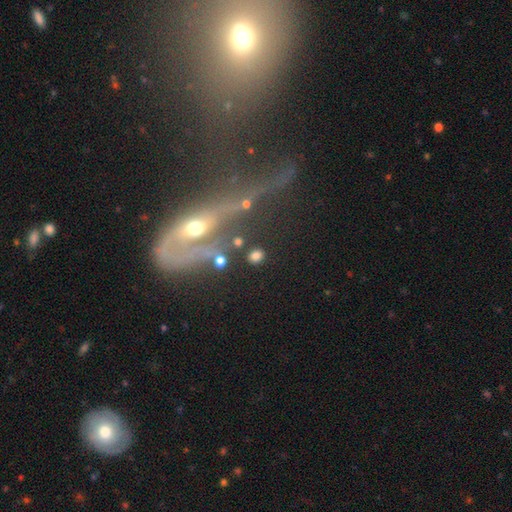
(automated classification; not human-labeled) A smooth galaxy with no disk features (77%) that is round (76%). Merging: none (82%).